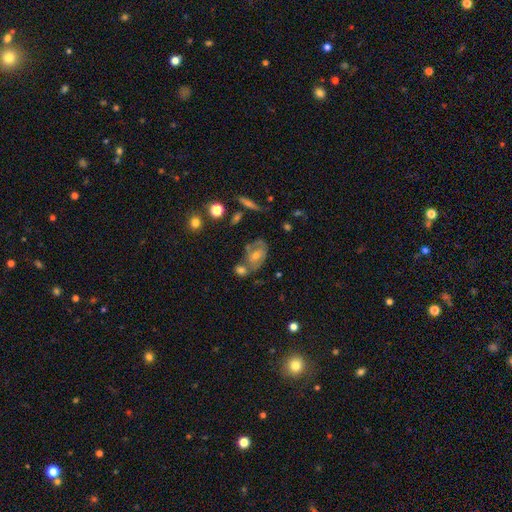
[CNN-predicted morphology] This is possibly a featured or disk galaxy (55%). It is clearly not viewed edge-on (91%). Merging: marginally none (45%).